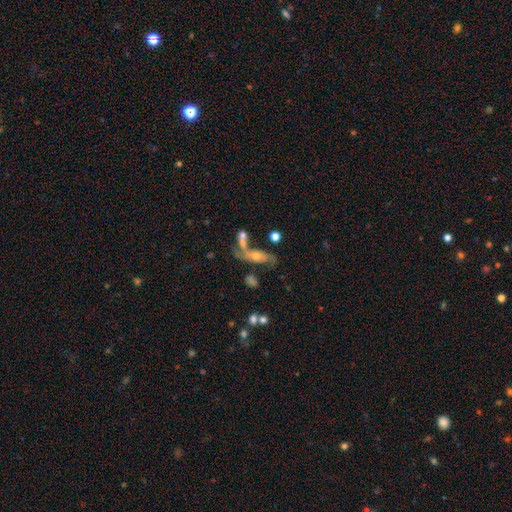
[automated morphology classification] Smooth or featured?
  - featured or disk: 63% *
  - smooth: 25%
  - star or artifact: 12%
Edge-on disk?
  - no: 75% *
  - yes: 25%
Merging?
  - none: 40% *
  - merger: 31%
  - minor disturbance: 16%
  - major disturbance: 13%